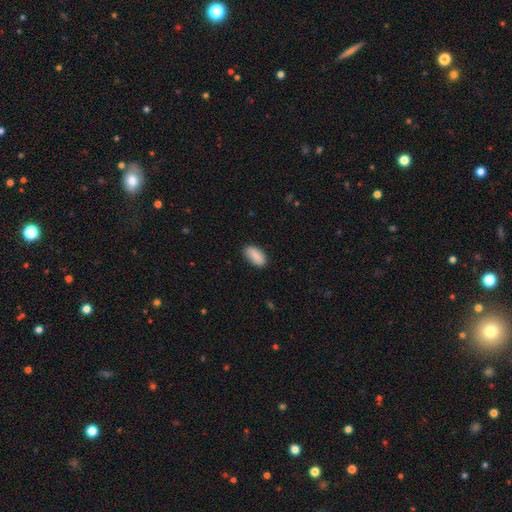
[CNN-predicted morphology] smooth_or_featured: smooth (p=0.88) [alt: star or artifact p=0.06]
how_rounded: in between (p=0.92) [alt: cigar-shaped p=0.05]
merging: none (p=0.84) [alt: minor disturbance p=0.12]